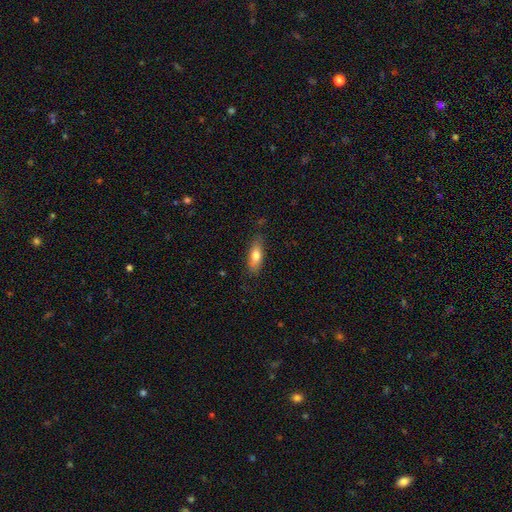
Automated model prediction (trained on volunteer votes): This is likely a smooth galaxy (74%). How rounded: likely in between (65%). Merging: likely none (79%).